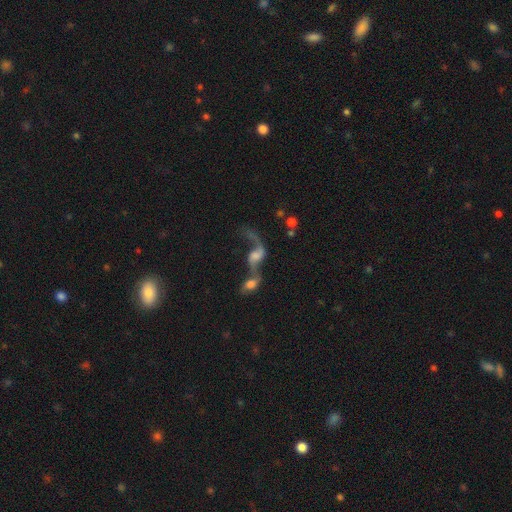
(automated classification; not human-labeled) Smooth or featured? Predicted: featured or disk (p=0.69). Edge-on disk? Predicted: no (p=0.94). Bar? Predicted: no (p=0.53). Spiral arms? Predicted: yes (p=0.81). Spiral winding? Predicted: loose (p=0.89). Spiral arm count? Predicted: 2 (p=0.66). Bulge size? Predicted: moderate (p=0.31). Merging? Predicted: merger (p=0.70).